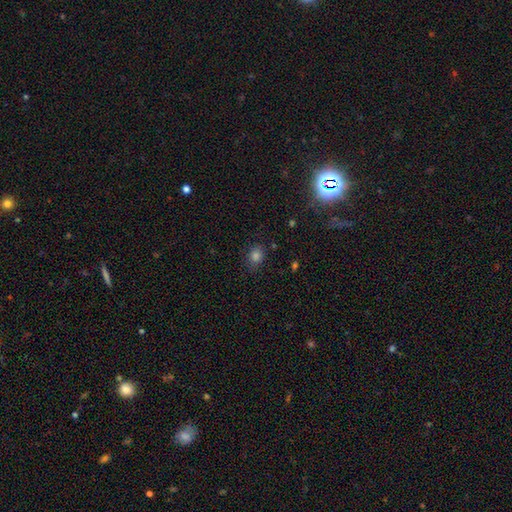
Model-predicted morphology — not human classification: This is likely a smooth galaxy (75%). How rounded: possibly round (58%). Merging: clearly none (83%).